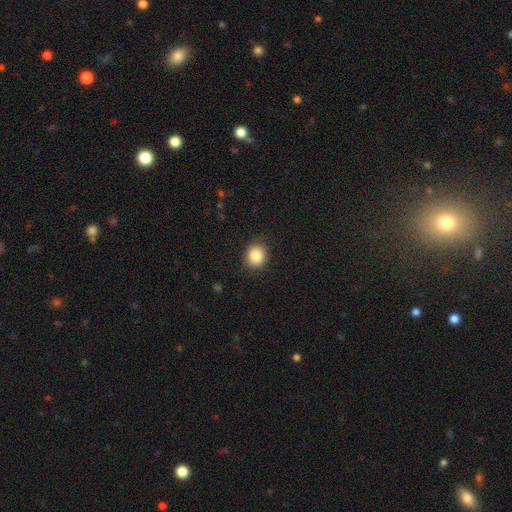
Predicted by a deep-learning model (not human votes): This appears to be a smooth galaxy with no disk features (87%) that is round (80%). Merging: none (88%).